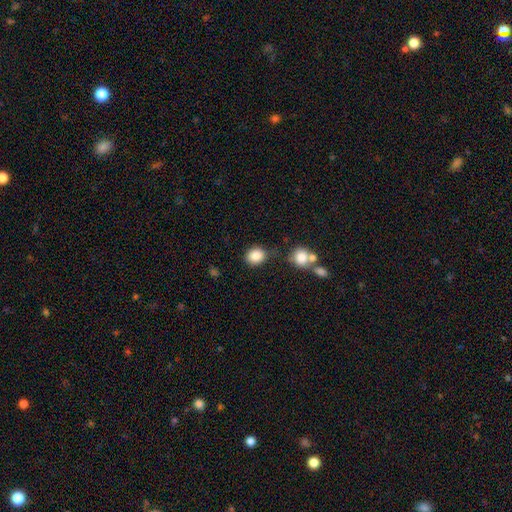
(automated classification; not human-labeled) A smooth galaxy with no disk features (85%) that is round (66%).

Vote fractions:
- Smooth or featured? smooth: 85% / star or artifact: 9% / featured or disk: 5%
- How rounded? round: 66% / in between: 33% / cigar-shaped: 1%
- Merging? none: 72% / minor disturbance: 15% / merger: 9% / major disturbance: 5%